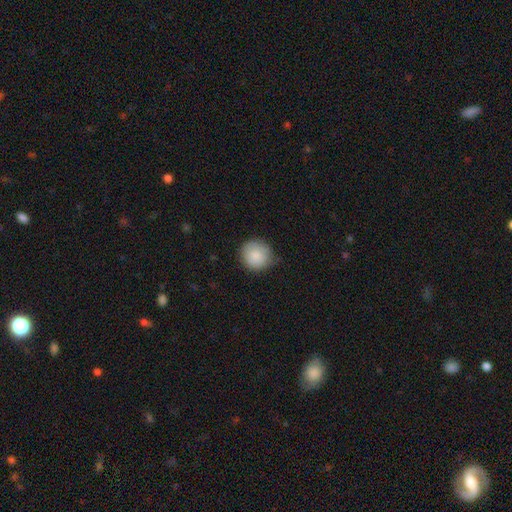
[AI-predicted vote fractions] Smooth or featured?
  - smooth: 86% *
  - featured or disk: 7%
  - star or artifact: 7%
How rounded?
  - round: 91% *
  - in between: 8%
  - cigar-shaped: 1%
Merging?
  - none: 75% *
  - minor disturbance: 21%
  - major disturbance: 4%
  - merger: 1%